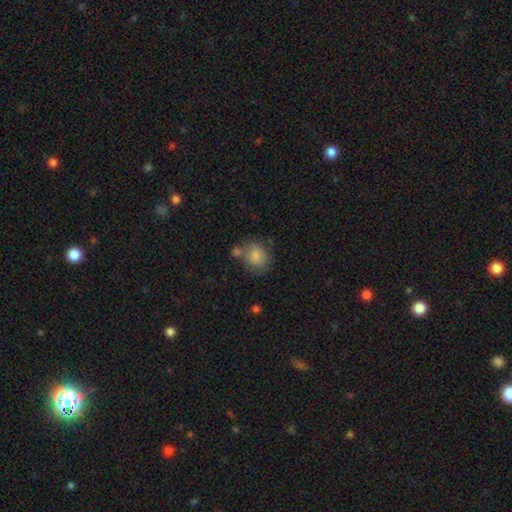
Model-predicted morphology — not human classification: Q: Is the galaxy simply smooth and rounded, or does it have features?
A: smooth — 79%.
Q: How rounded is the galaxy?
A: round — 66%.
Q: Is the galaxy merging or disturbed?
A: none — 49%.